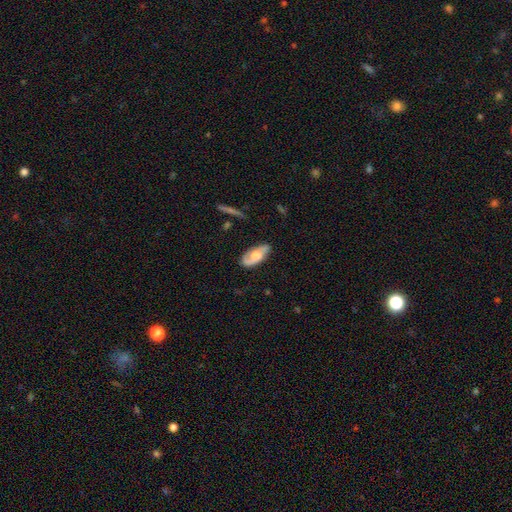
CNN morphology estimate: This appears to be a featured or disk galaxy (55%). Merging: none (67%).